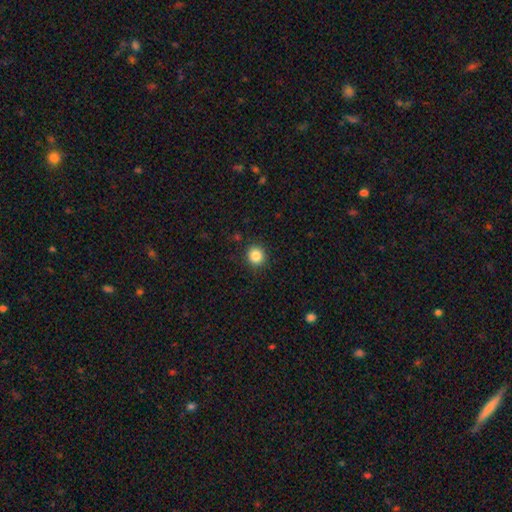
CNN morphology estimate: smooth-or-featured: smooth: 86% | star or artifact: 10% | featured or disk: 4%
  how-rounded: round: 89% | in between: 10% | cigar-shaped: 1%
  merging: none: 90% | minor disturbance: 7% | major disturbance: 2% | merger: 1%